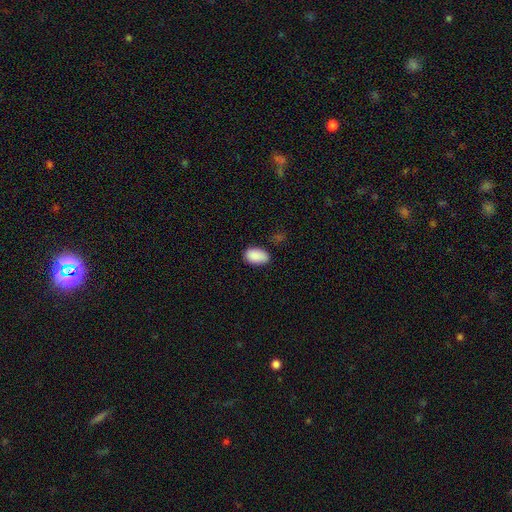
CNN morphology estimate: Smooth or featured? smooth (90%)
How rounded? in between (93%)
Merging? none (78%)